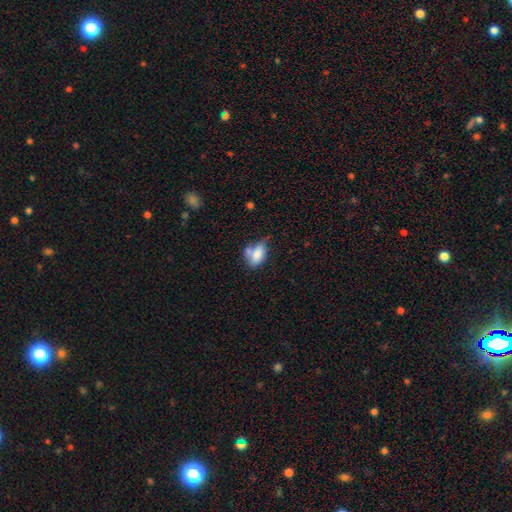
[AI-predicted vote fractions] A smooth galaxy with no disk features (77%) that is in between round and cigar-shaped (87%).

Vote fractions:
- Smooth or featured? smooth: 77% / featured or disk: 15% / star or artifact: 8%
- How rounded? in between: 87% / round: 9% / cigar-shaped: 5%
- Merging? none: 34% / merger: 29% / minor disturbance: 25% / major disturbance: 12%